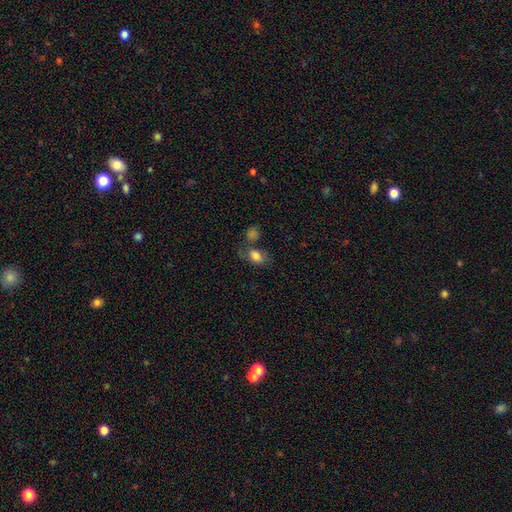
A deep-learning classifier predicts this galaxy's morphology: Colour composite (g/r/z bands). It shows a smooth galaxy with no disk features (78%) that is in between round and cigar-shaped (81%). Merging: none (44%).